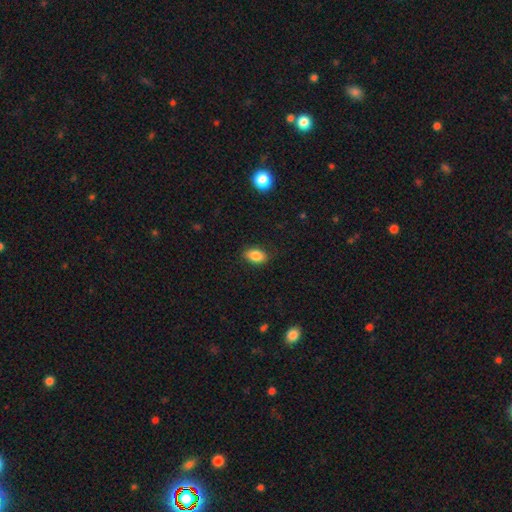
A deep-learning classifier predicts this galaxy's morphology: smooth 86%, star or artifact 8%, featured or disk 6%. Down the decision tree: how rounded — in between (87%); merging — none (84%).